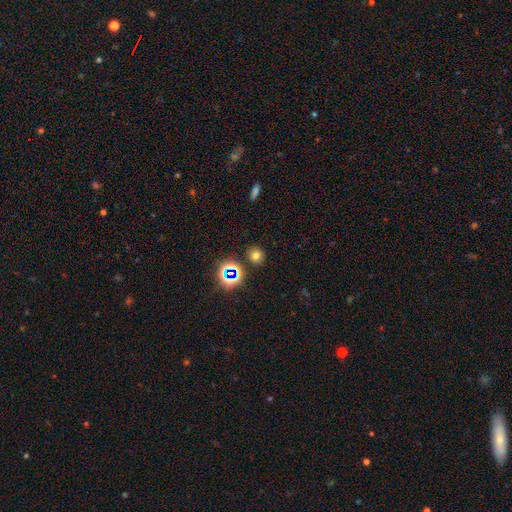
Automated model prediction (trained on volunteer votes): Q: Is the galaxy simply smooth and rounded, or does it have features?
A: smooth — 68%.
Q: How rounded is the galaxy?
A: round — 87%.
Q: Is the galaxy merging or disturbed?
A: none — 87%.